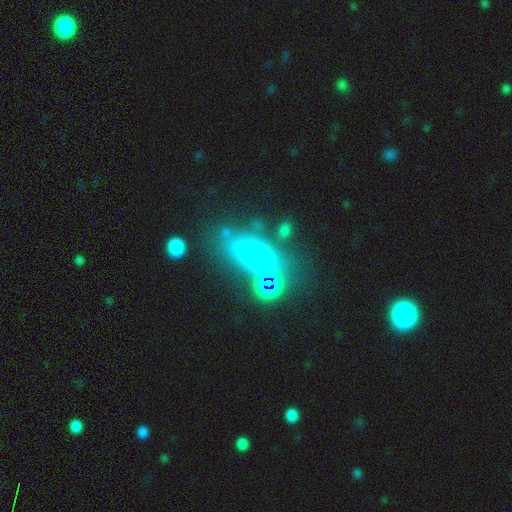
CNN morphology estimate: smooth-or-featured: smooth: 61% | star or artifact: 22% | featured or disk: 17%
  how-rounded: in between: 71% | cigar-shaped: 20% | round: 9%
  merging: none: 50% | minor disturbance: 21% | major disturbance: 15% | merger: 14%